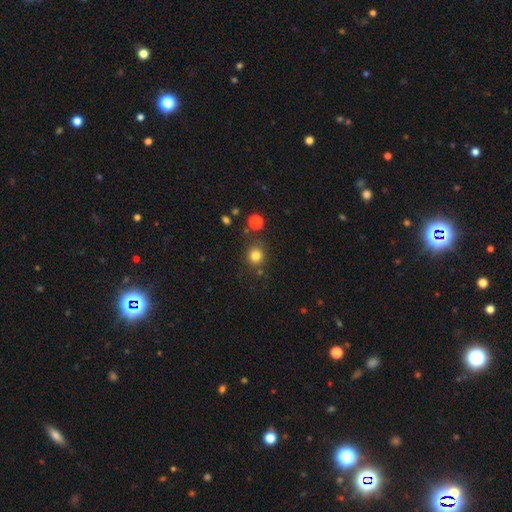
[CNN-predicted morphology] This is clearly a smooth galaxy (81%). How rounded: clearly round (89%). Merging: clearly none (81%).